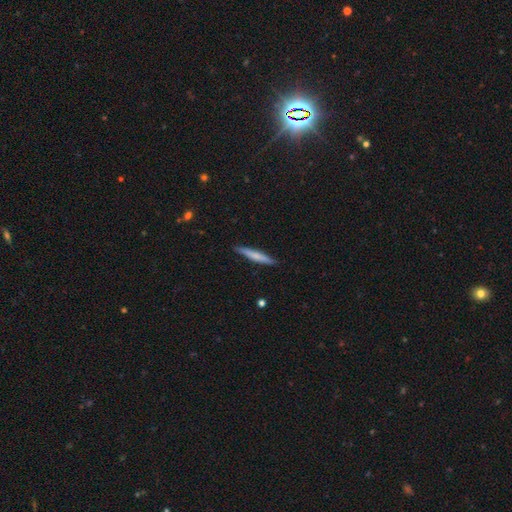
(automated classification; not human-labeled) smooth 65%, featured or disk 30%, star or artifact 5%. Down the decision tree: how rounded — cigar-shaped (94%); merging — none (88%).